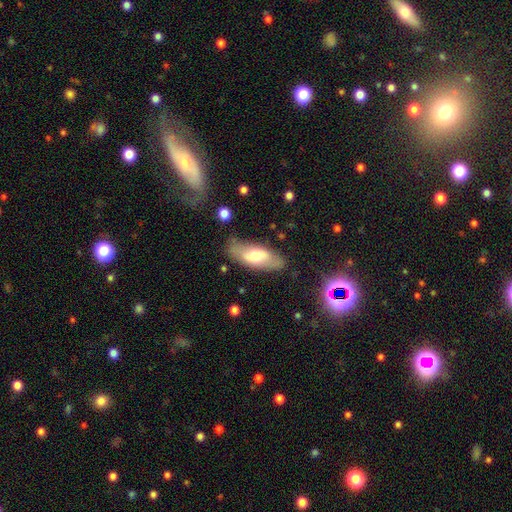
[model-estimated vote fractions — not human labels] A smooth galaxy with no disk features (55%) that is in between round and cigar-shaped (74%).

Vote fractions:
- Smooth or featured? smooth: 55% / featured or disk: 37% / star or artifact: 7%
- How rounded? in between: 74% / cigar-shaped: 23% / round: 2%
- Merging? none: 76% / minor disturbance: 17% / major disturbance: 5% / merger: 3%